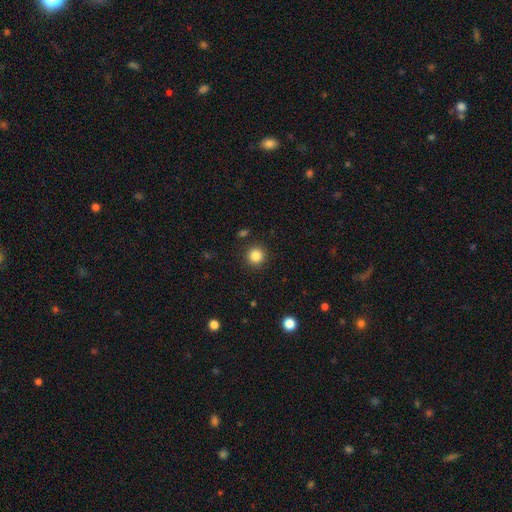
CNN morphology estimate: Smooth or featured? Predicted: smooth (p=0.85). How rounded? Predicted: round (p=0.94). Merging? Predicted: none (p=0.90).